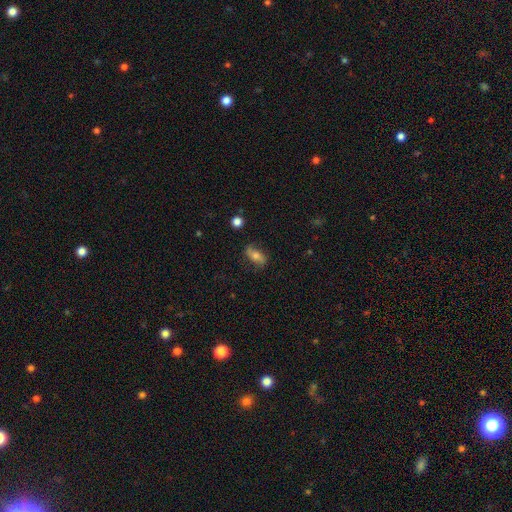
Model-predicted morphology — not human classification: This appears to be a smooth galaxy with no disk features (56%) that is in between round and cigar-shaped (79%). Merging: none (75%).